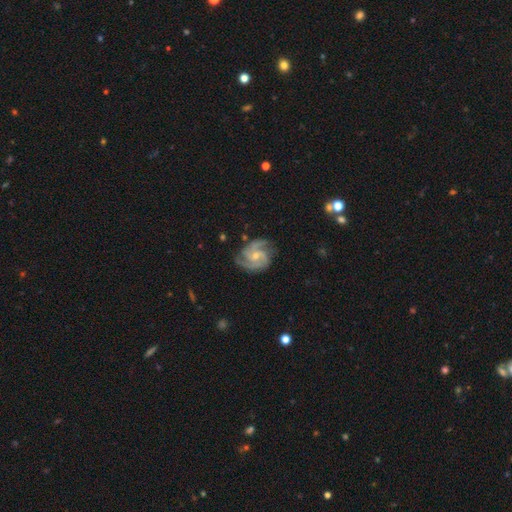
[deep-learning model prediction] This appears to be a featured or disk galaxy (91%) with no bar (59%), 3 (51%) medium (48%) spiral arms (98%) and a small central bulge (55%). Merging: none (74%).